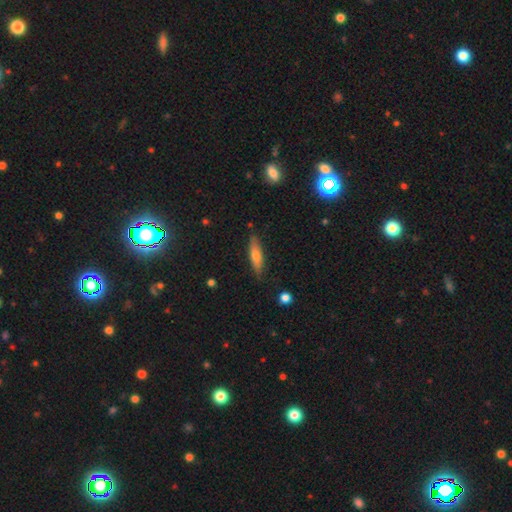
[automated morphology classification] This appears to be a smooth galaxy with no disk features (60%) that is cigar-shaped (72%). Merging: none (85%).